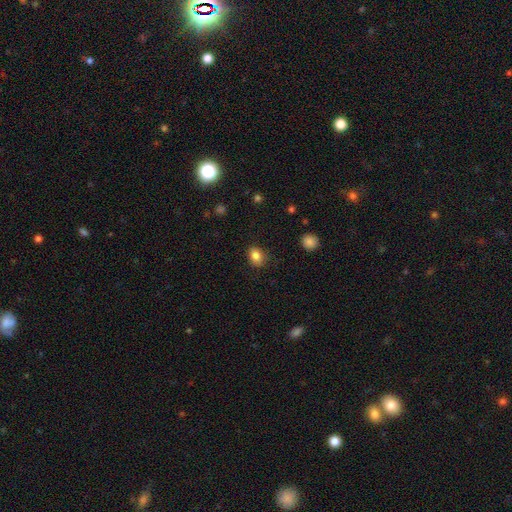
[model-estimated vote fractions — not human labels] The model was most divided on "how rounded": in between: 54%, round: 45%, cigar-shaped: 1%. More confident: smooth or featured — smooth (85%); merging — none (82%).